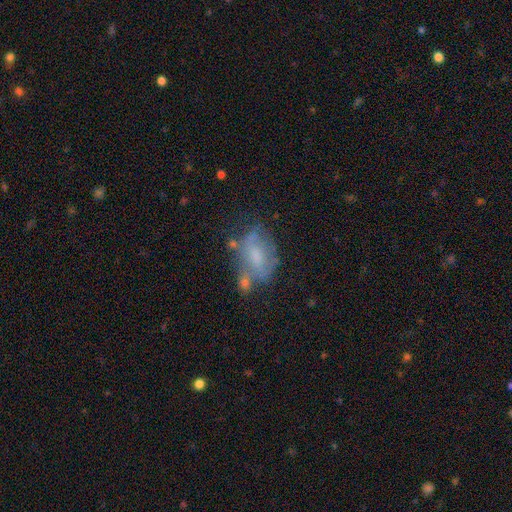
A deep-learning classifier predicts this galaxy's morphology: Q: Smooth or featured?
A: featured or disk (46%); runner-up: smooth (44%)
Q: Merging?
A: none (39%); runner-up: minor disturbance (26%)